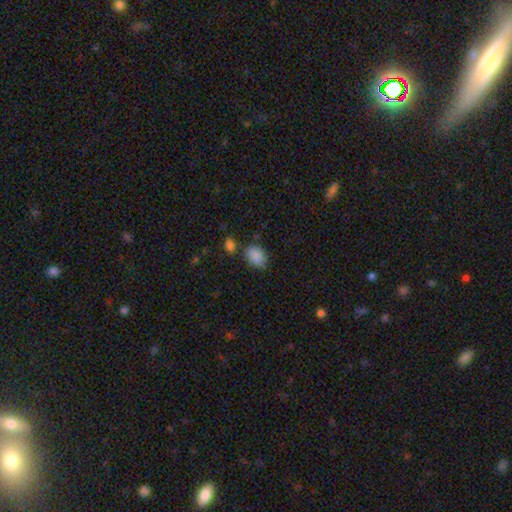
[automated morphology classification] A smooth galaxy with no disk features (87%) that is in between round and cigar-shaped (75%).

Vote fractions:
- Smooth or featured? smooth: 87% / star or artifact: 9% / featured or disk: 4%
- How rounded? in between: 75% / round: 24% / cigar-shaped: 1%
- Merging? none: 66% / minor disturbance: 22% / merger: 7% / major disturbance: 5%